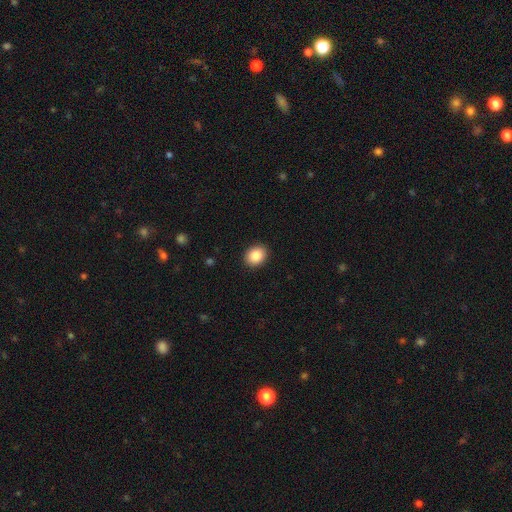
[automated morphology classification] Smooth or featured? smooth (87%)
How rounded? round (52%)
Merging? none (91%)